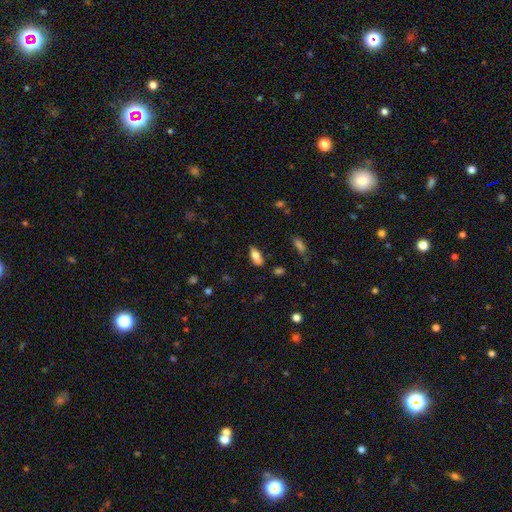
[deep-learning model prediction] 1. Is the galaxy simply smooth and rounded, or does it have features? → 76% smooth, 17% featured or disk, 8% star or artifact.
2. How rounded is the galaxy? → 83% in between, 14% cigar-shaped, 3% round.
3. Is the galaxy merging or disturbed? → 77% none, 16% minor disturbance, 4% major disturbance, 3% merger.